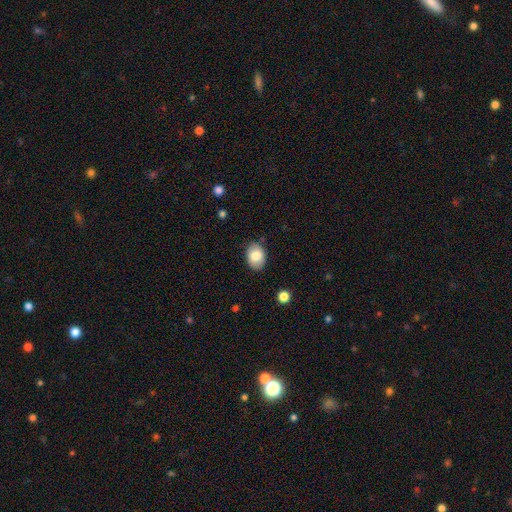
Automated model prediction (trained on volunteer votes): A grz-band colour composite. It shows a smooth galaxy with no disk features (83%) that is in between round and cigar-shaped (76%). Merging: none (82%).